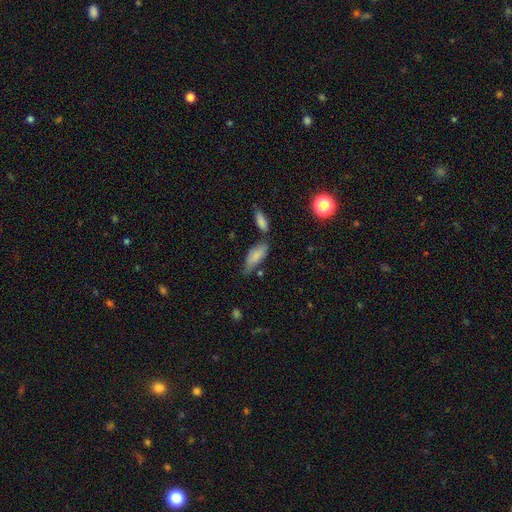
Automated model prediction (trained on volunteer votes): This is clearly a smooth galaxy (80%). How rounded: likely in between (76%). Merging: possibly none (53%).